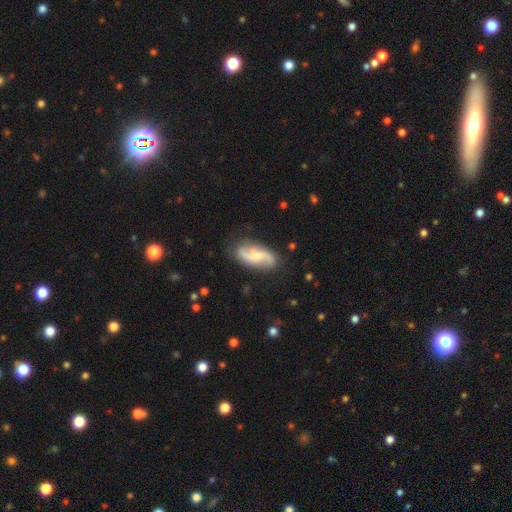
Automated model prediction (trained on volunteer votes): A featured or disk galaxy (81%) with no bar (46%), 2 (92%) loose (66%) spiral arms (95%) and a moderate central bulge (44%).

Vote fractions:
- Smooth or featured? featured or disk: 81% / smooth: 14% / star or artifact: 5%
- Edge-on disk? no: 95% / yes: 5%
- Bar? no: 46% / weak: 42% / strong: 12%
- Spiral arms? yes: 95% / no: 5%
- Spiral winding? loose: 66% / medium: 27% / tight: 7%
- Spiral arm count? 2: 92% / can't tell: 3% / 1: 2% / 3: 1% / 4: 1% / more than 4: 1%
- Bulge size? moderate: 44% / small: 39% / none: 9% / large: 6% / dominant: 1%
- Merging? none: 79% / minor disturbance: 14% / major disturbance: 5% / merger: 2%